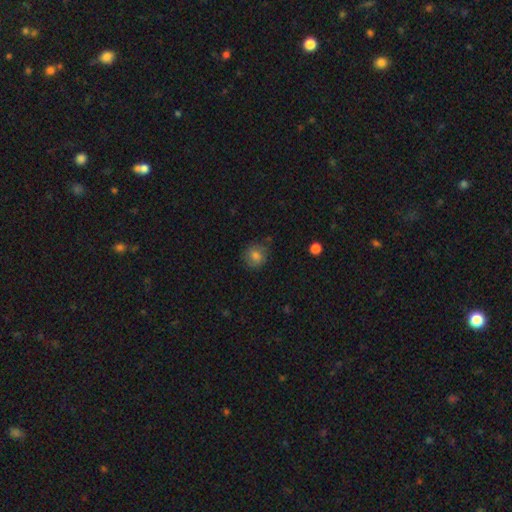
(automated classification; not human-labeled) Smooth or featured?
  - smooth: 80% *
  - star or artifact: 10%
  - featured or disk: 10%
How rounded?
  - round: 82% *
  - in between: 17%
  - cigar-shaped: 1%
Merging?
  - none: 79% *
  - minor disturbance: 16%
  - major disturbance: 4%
  - merger: 2%